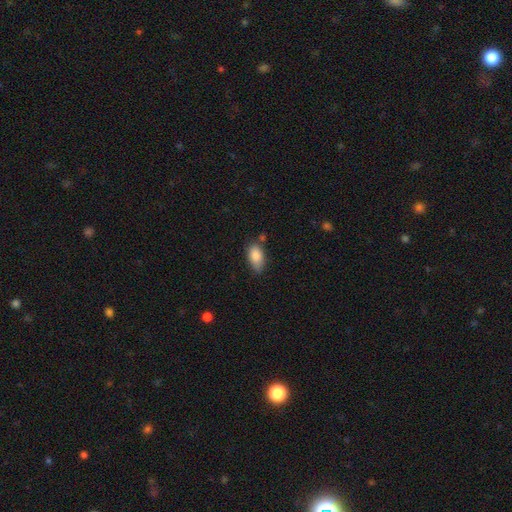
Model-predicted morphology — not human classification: This appears to be a smooth galaxy with no disk features (86%) that is in between round and cigar-shaped (90%). Merging: none (62%).